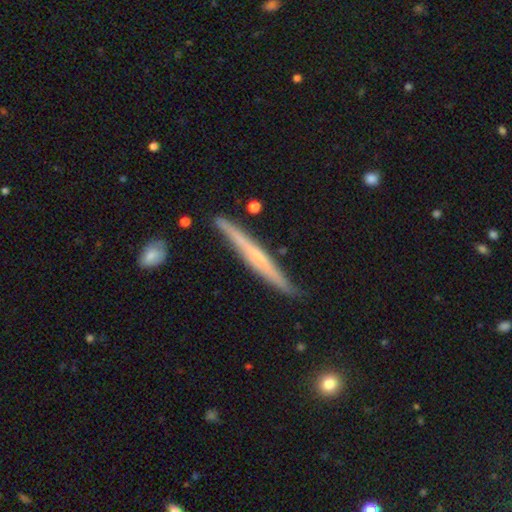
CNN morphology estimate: Q: Smooth or featured?
A: featured or disk (60%); runner-up: smooth (34%)
Q: Edge-on disk?
A: yes (96%); runner-up: no (4%)
Q: Edge-on bulge?
A: none (63%); runner-up: rounded (29%)
Q: Merging?
A: none (83%); runner-up: minor disturbance (12%)